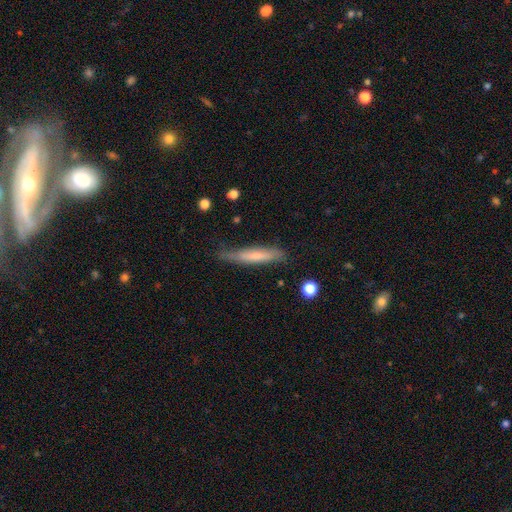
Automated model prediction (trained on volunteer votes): This appears to be a smooth galaxy with no disk features (62%) that is cigar-shaped (90%). Merging: none (70%).